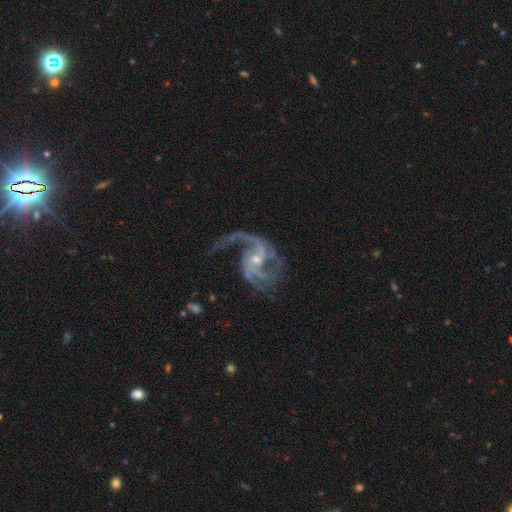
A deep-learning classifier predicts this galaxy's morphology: smooth_or_featured: featured or disk (p=0.89) [alt: star or artifact p=0.07]
disk_edge_on: no (p=0.98) [alt: yes p=0.02]
bar: weak (p=0.41) [tied with: no p=0.41]
has_spiral_arms: yes (p=0.97) [alt: no p=0.03]
spiral_winding: loose (p=0.47) [alt: medium p=0.42]
spiral_arm_count: 2 (p=0.69) [alt: 3 p=0.10]
bulge_size: small (p=0.68) [alt: moderate p=0.26]
merging: none (p=0.53) [alt: major disturbance p=0.26]